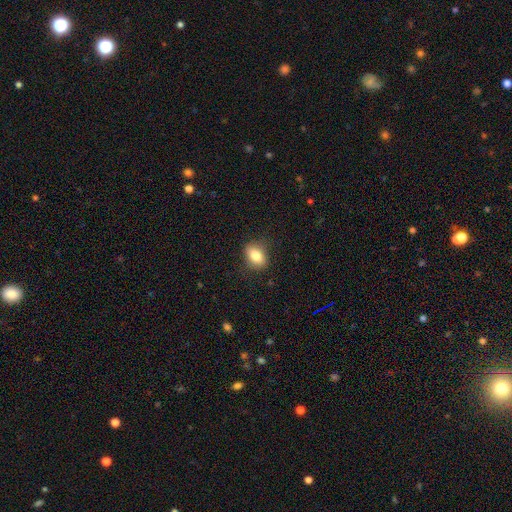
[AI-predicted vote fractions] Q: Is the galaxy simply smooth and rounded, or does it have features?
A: smooth — 81%.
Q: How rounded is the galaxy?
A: in between — 76%.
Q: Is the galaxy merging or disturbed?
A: none — 83%.